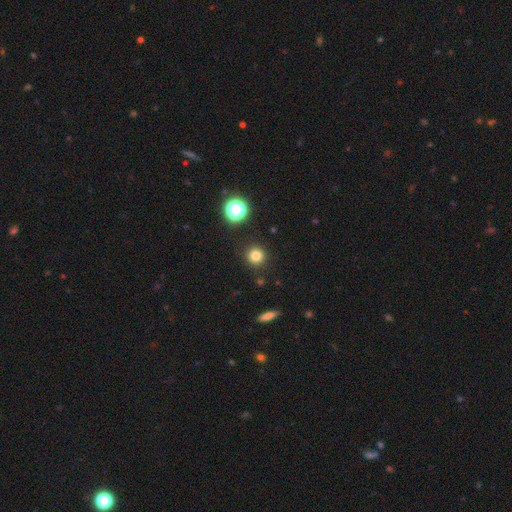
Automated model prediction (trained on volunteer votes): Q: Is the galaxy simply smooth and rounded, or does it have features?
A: smooth — 80%.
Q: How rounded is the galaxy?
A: round — 94%.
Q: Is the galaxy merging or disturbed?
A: none — 90%.